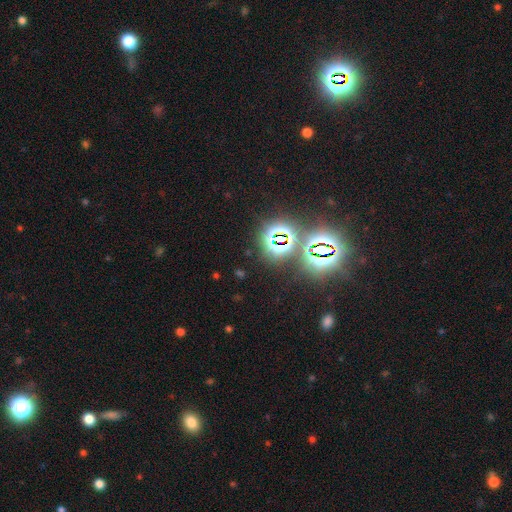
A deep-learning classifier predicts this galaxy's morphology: Overall: star or artifact (81%).